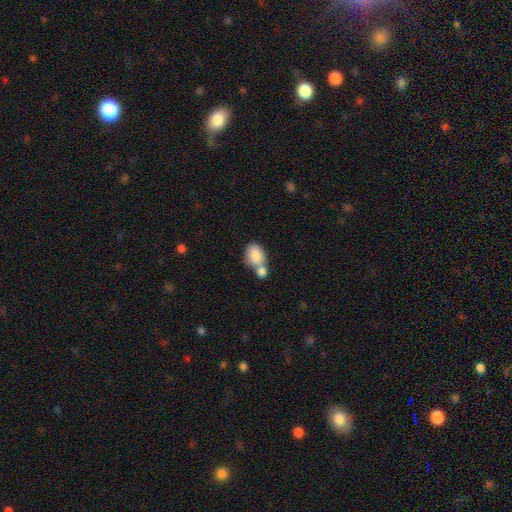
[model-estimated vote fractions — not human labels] This is clearly a smooth galaxy (85%). How rounded: likely in between (73%). Merging: possibly merger (55%).